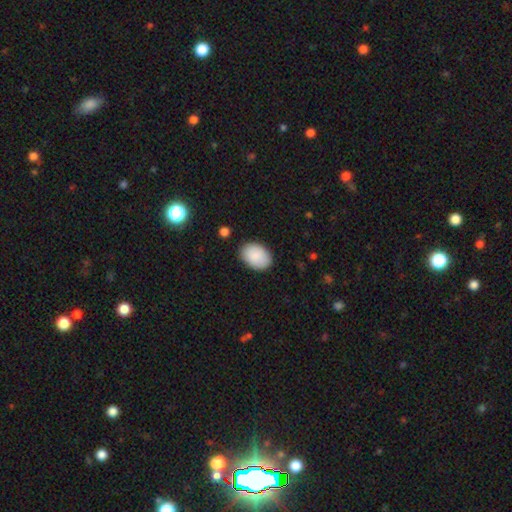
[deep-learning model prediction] The model was most divided on "how rounded": in between: 84%, round: 15%, cigar-shaped: 1%. More confident: smooth or featured — smooth (88%); merging — none (84%).